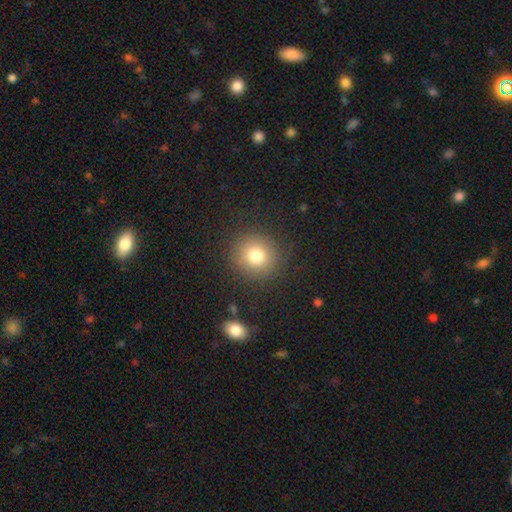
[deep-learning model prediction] This is likely a smooth galaxy (78%). How rounded: clearly round (90%). Merging: clearly none (88%).